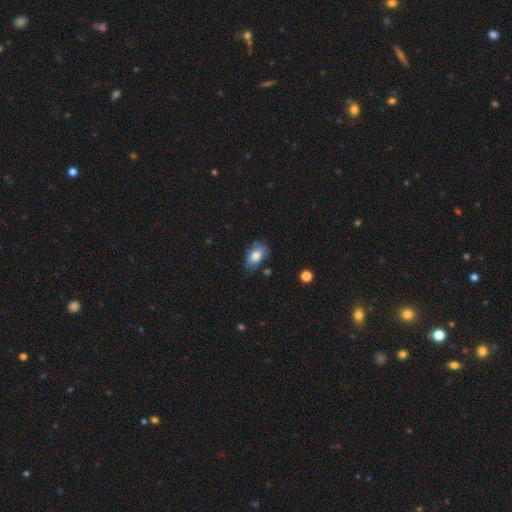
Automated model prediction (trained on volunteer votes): Overall: smooth (79%). How rounded: in between (90%). Merging: none (67%).